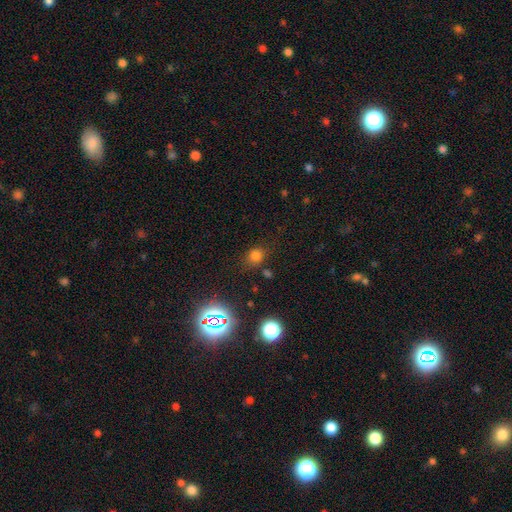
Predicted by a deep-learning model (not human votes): A smooth galaxy with no disk features (71%) that is round (68%).

Vote fractions:
- Smooth or featured? smooth: 71% / star or artifact: 22% / featured or disk: 6%
- How rounded? round: 68% / in between: 30% / cigar-shaped: 1%
- Merging? none: 76% / minor disturbance: 15% / major disturbance: 5% / merger: 4%